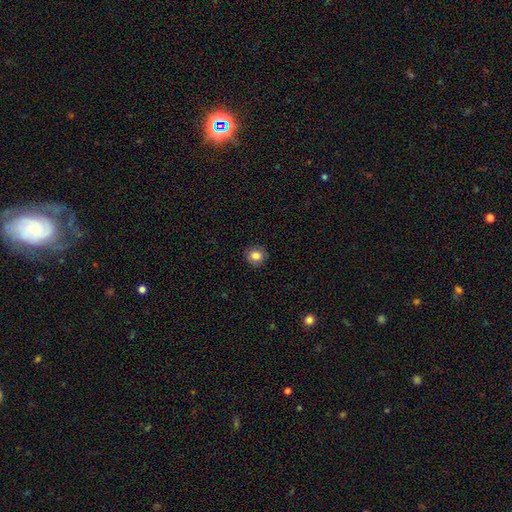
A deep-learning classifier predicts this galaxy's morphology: A smooth galaxy with no disk features (84%) that is round (88%). Merging: none (91%).